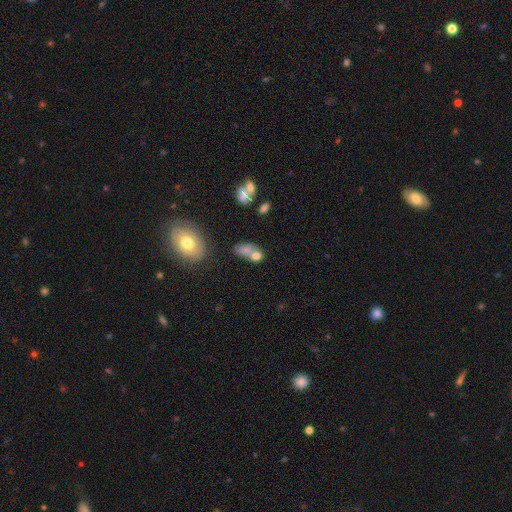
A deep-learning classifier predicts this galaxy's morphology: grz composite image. It shows a smooth galaxy with no disk features (71%) that is in between round and cigar-shaped (64%). Merging: merger (52%).